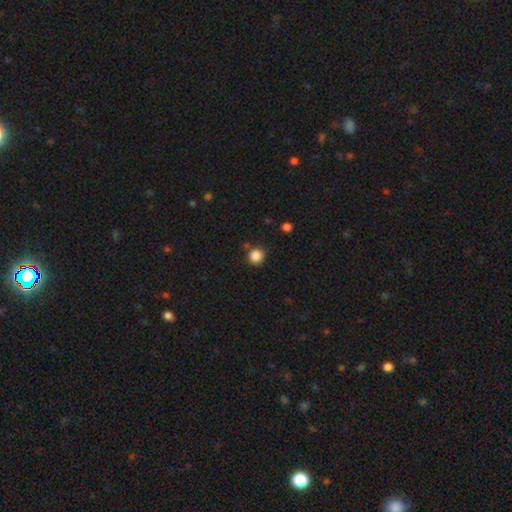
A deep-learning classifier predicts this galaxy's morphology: Overall: smooth (86%). How rounded: round (92%). Merging: none (83%).